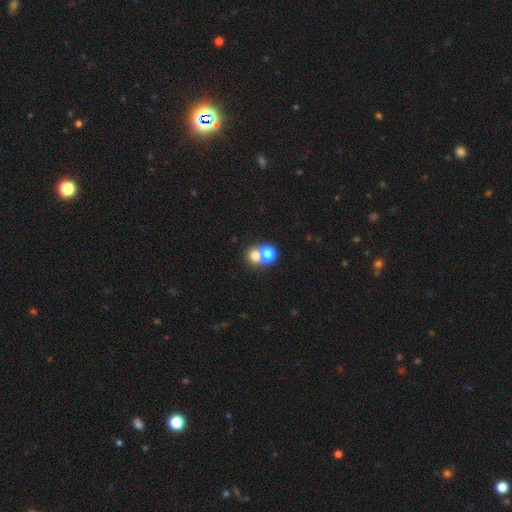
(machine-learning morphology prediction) This appears to be a smooth galaxy with no disk features (72%) that is round (81%). Merging: merger (50%).